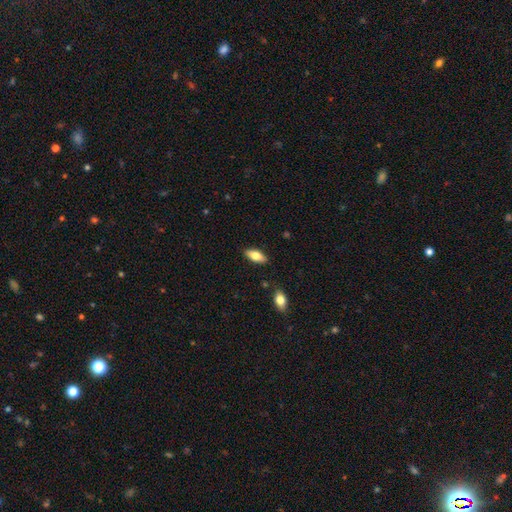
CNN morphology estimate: Smooth or featured? smooth (73%)
How rounded? in between (81%)
Merging? none (87%)